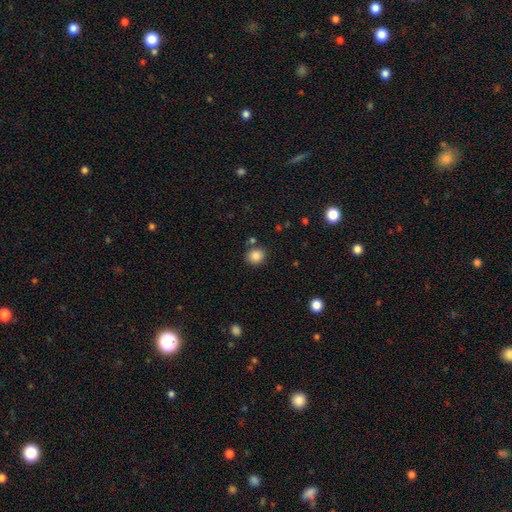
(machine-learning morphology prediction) Q: Smooth or featured?
A: smooth (86%); runner-up: star or artifact (10%)
Q: How rounded?
A: round (77%); runner-up: in between (23%)
Q: Merging?
A: none (81%); runner-up: minor disturbance (10%)